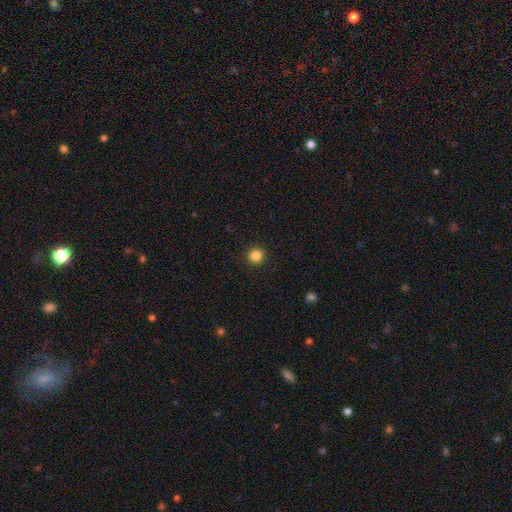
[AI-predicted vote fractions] The model was most divided on "smooth or featured": smooth: 85%, star or artifact: 12%, featured or disk: 4%. More confident: how rounded — round (96%); merging — none (93%).